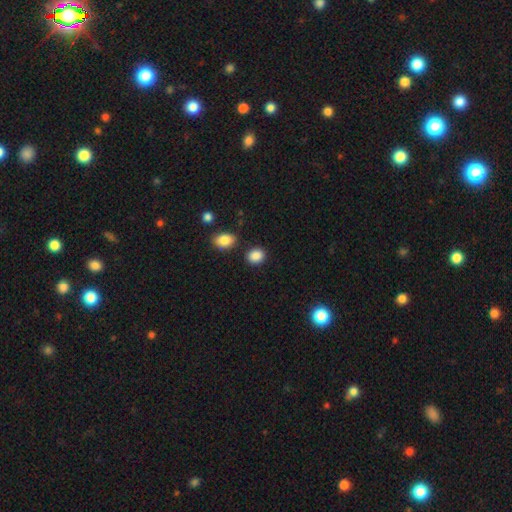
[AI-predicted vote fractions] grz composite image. It shows a smooth galaxy with no disk features (88%) that is round (53%). Merging: none (83%).